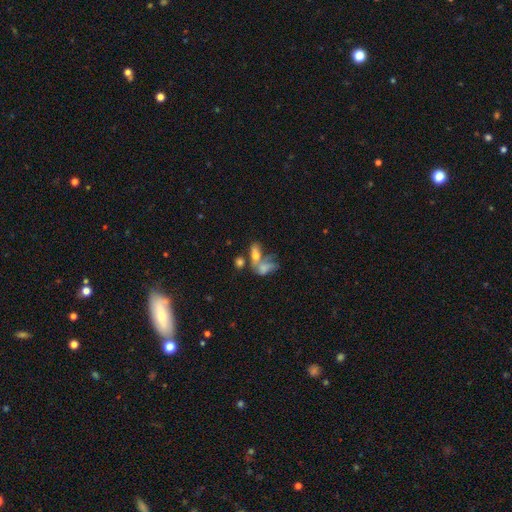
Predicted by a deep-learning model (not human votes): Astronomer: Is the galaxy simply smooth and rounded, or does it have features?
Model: smooth — 58%.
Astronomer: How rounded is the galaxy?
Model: in between — 79%.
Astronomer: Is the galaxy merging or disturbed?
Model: merger — 51%.